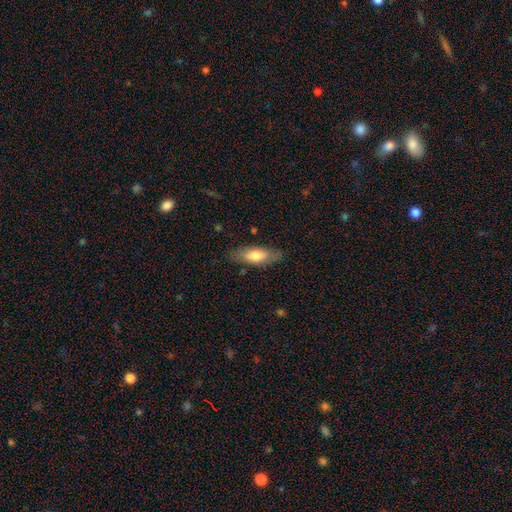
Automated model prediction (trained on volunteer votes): Q: Smooth or featured?
A: smooth (68%); runner-up: featured or disk (26%)
Q: How rounded?
A: in between (67%); runner-up: cigar-shaped (31%)
Q: Merging?
A: none (81%); runner-up: minor disturbance (14%)